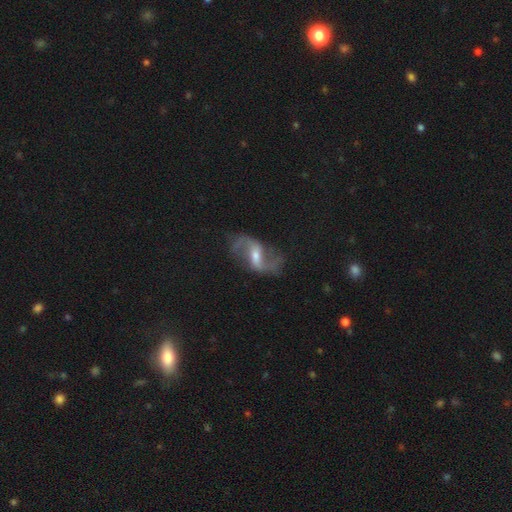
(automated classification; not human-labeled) This appears to be a featured or disk galaxy (87%) with a weak bar (47%), 2 (93%) loose (77%) spiral arms (94%) and a moderate central bulge (49%). Merging: none (72%).